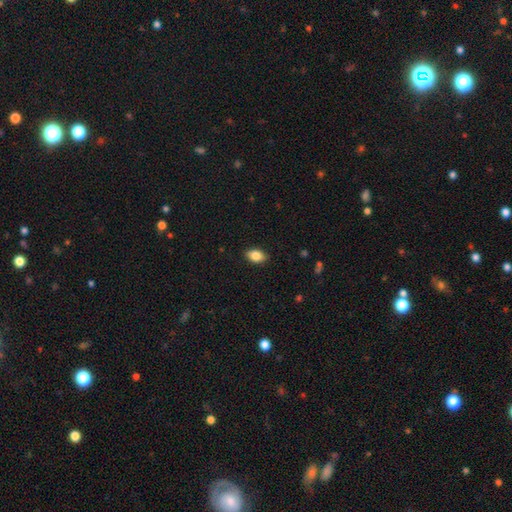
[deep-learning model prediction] smooth 85%, star or artifact 8%, featured or disk 7%. Down the decision tree: how rounded — in between (89%); merging — none (89%).